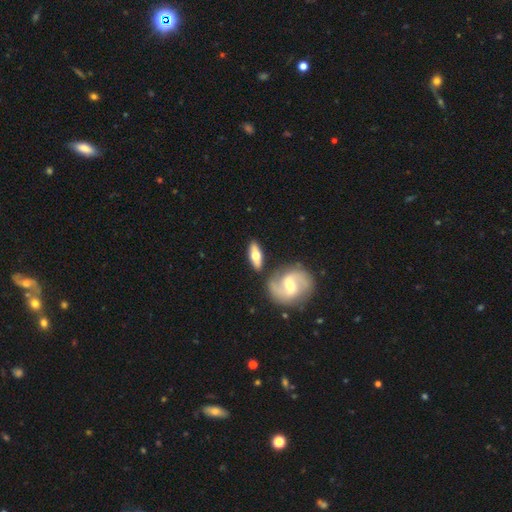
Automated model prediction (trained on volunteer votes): Smooth or featured: featured or disk — 54% (smooth — 41%)
Edge-on disk: yes — 54% (no — 46%)
Merging: none — 75% (minor disturbance — 12%)